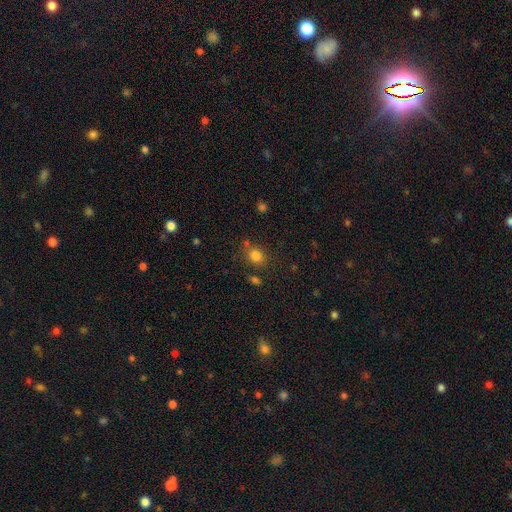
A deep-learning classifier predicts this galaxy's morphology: A smooth galaxy with no disk features (81%) that is round (58%). Merging: none (73%).